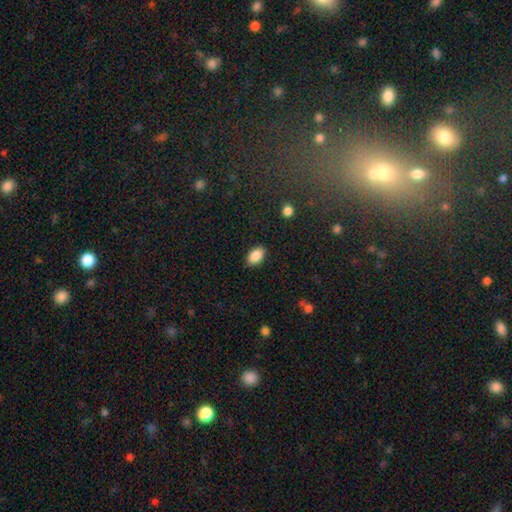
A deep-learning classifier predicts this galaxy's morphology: A smooth galaxy with no disk features (87%) that is in between round and cigar-shaped (92%). Merging: none (88%).